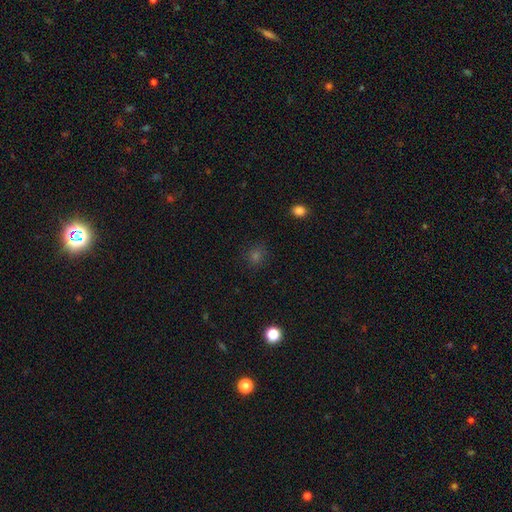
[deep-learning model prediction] Morphology: type=smooth (64%); roundness=round (87%); merging=none (86%).